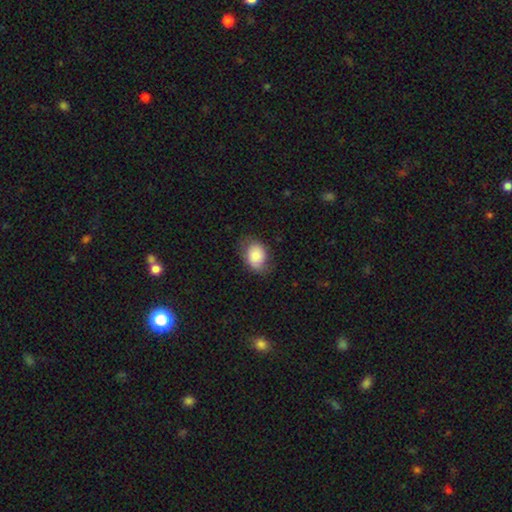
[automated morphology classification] A smooth galaxy with no disk features (83%) that is in between round and cigar-shaped (73%). Merging: none (68%).